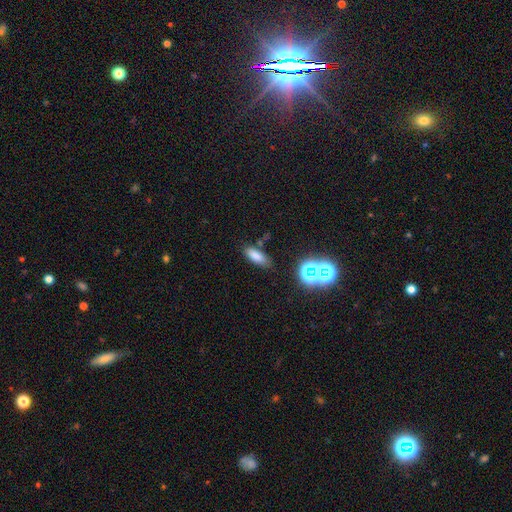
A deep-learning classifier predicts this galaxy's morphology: type=smooth (76%); roundness=in between (73%); merging=none (76%).